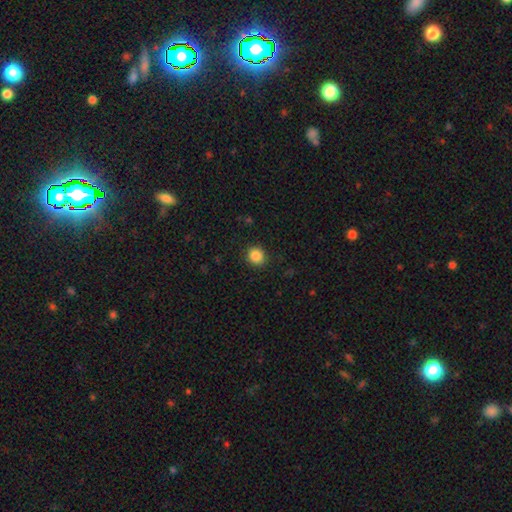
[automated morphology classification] smooth-or-featured: smooth: 86% | star or artifact: 10% | featured or disk: 4%
  how-rounded: round: 89% | in between: 10% | cigar-shaped: 1%
  merging: none: 90% | minor disturbance: 7% | major disturbance: 2% | merger: 1%